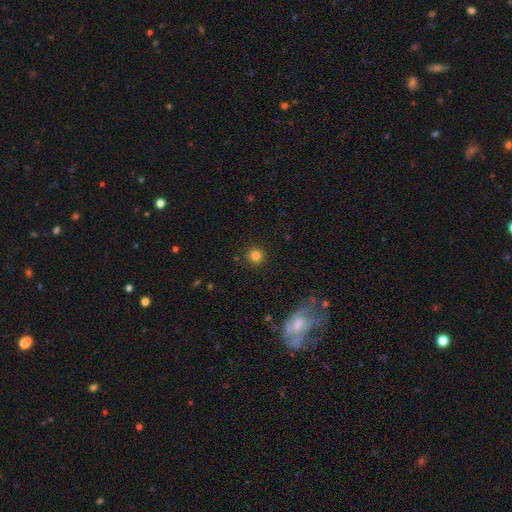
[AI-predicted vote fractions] A smooth galaxy with no disk features (80%) that is round (93%). Merging: none (89%).